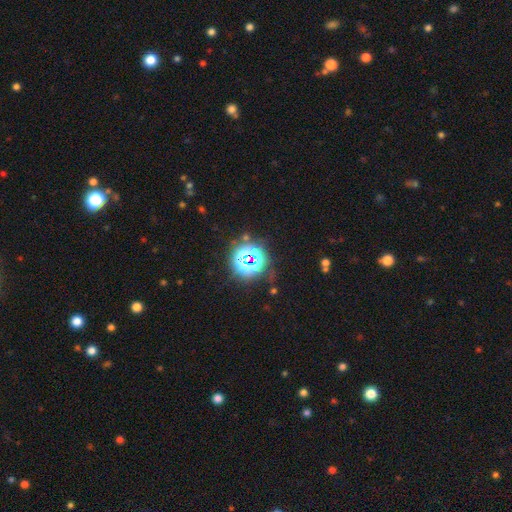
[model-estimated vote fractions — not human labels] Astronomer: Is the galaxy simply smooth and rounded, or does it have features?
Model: star or artifact — 73%.